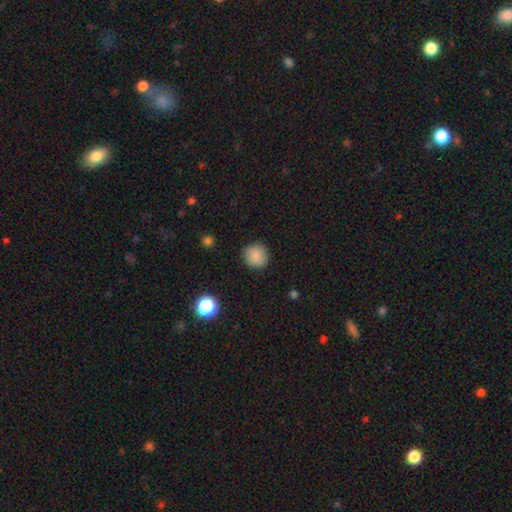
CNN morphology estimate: A smooth galaxy with no disk features (86%) that is round (92%). Merging: none (90%).